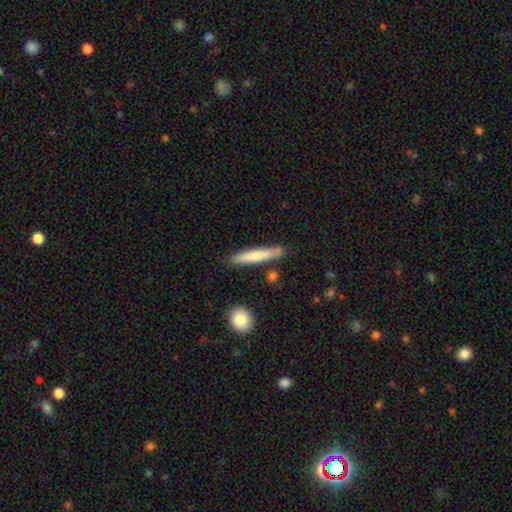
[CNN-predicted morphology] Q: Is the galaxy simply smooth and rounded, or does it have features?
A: smooth — 66%.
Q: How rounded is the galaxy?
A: cigar-shaped — 90%.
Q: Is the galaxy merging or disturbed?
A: none — 79%.